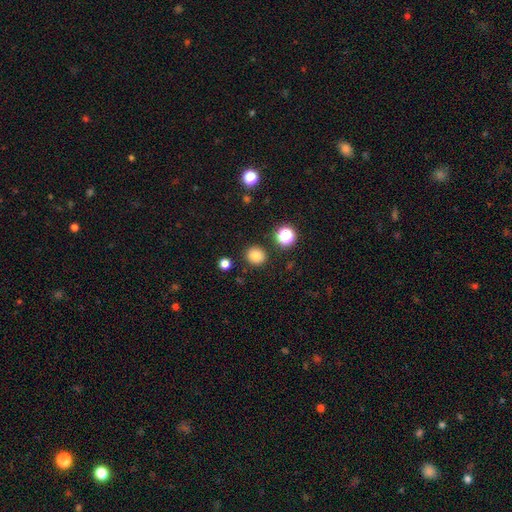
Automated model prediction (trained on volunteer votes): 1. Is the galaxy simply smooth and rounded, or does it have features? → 82% smooth, 13% star or artifact, 4% featured or disk.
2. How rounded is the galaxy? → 83% round, 16% in between, 1% cigar-shaped.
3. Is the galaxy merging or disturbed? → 88% none, 7% minor disturbance, 3% major disturbance, 2% merger.